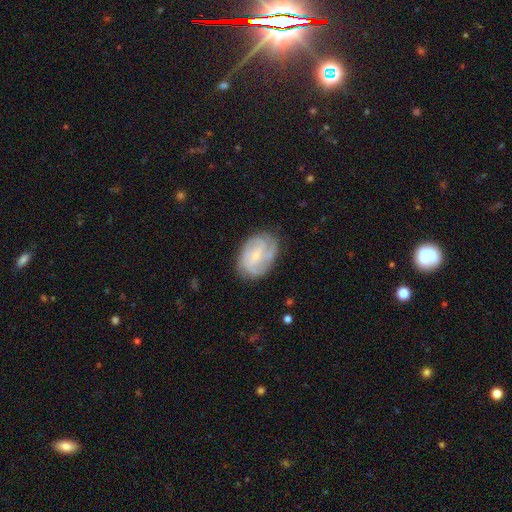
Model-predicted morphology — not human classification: Smooth or featured?
  - featured or disk: 74% *
  - smooth: 20%
  - star or artifact: 7%
Edge-on disk?
  - no: 97% *
  - yes: 3%
Bar?
  - no: 47% *
  - weak: 42%
  - strong: 11%
Spiral arms?
  - yes: 91% *
  - no: 9%
Spiral winding?
  - tight: 49% *
  - medium: 38%
  - loose: 14%
Spiral arm count?
  - can't tell: 31% *
  - 3: 26%
  - 2: 21%
  - 4: 12%
  - 1: 5%
  - more than 4: 5%
Bulge size?
  - small: 75% *
  - moderate: 19%
  - none: 4%
  - large: 1%
  - dominant: 1%
Merging?
  - none: 73% *
  - minor disturbance: 19%
  - major disturbance: 7%
  - merger: 1%